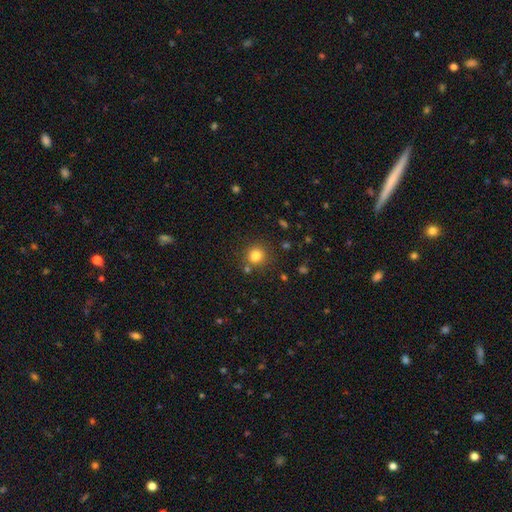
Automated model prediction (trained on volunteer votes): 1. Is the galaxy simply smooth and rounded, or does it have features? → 81% smooth, 13% star or artifact, 6% featured or disk.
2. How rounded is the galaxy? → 89% round, 10% in between, 1% cigar-shaped.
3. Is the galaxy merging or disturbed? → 79% none, 9% minor disturbance, 9% merger, 3% major disturbance.